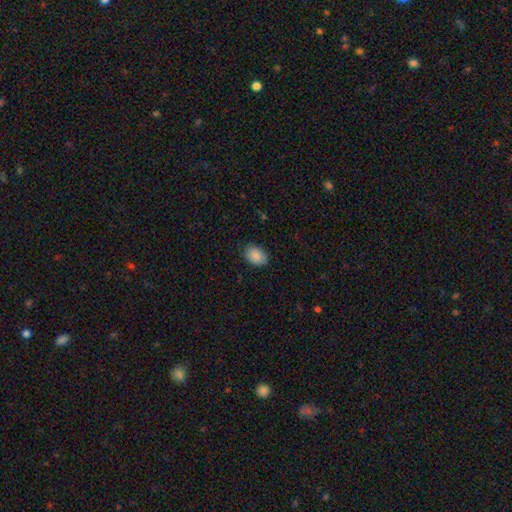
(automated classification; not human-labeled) Smooth or featured? Predicted: smooth (p=0.89). How rounded? Predicted: in between (p=0.83). Merging? Predicted: none (p=0.84).